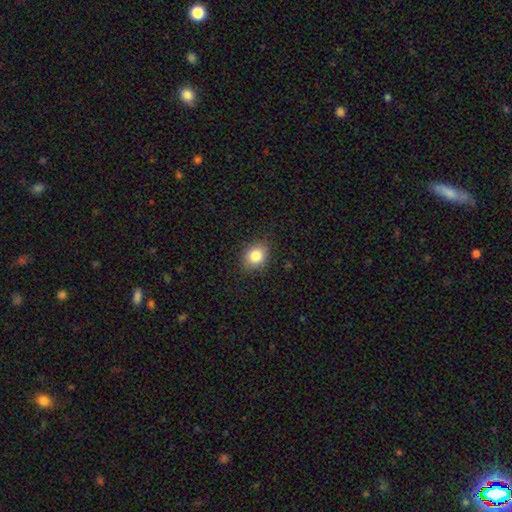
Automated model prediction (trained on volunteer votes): The model was most divided on "how rounded": round: 59%, in between: 40%, cigar-shaped: 1%. More confident: merging — none (86%); smooth or featured — smooth (83%).